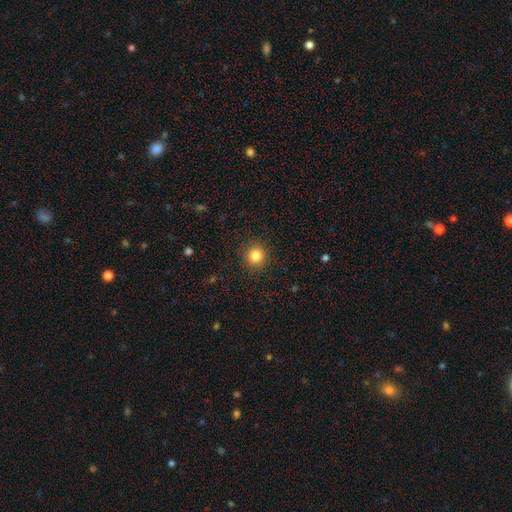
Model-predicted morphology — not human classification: smooth_or_featured: smooth (p=0.84) [alt: star or artifact p=0.11]
how_rounded: round (p=0.93) [alt: in between p=0.06]
merging: none (p=0.91) [alt: minor disturbance p=0.06]